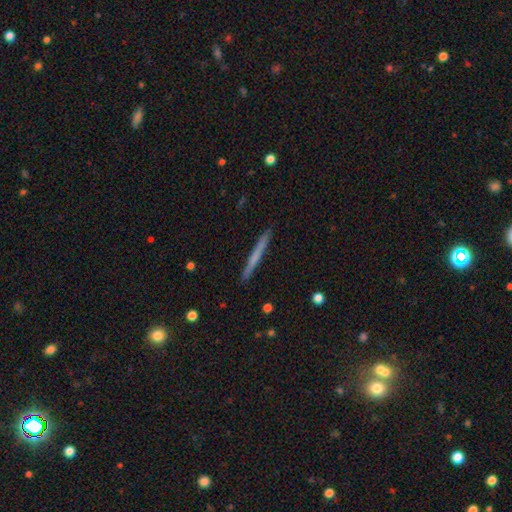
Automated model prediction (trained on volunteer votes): Smooth or featured?
  - smooth: 54% *
  - featured or disk: 40%
  - star or artifact: 6%
How rounded?
  - cigar-shaped: 97% *
  - in between: 2%
  - round: 1%
Merging?
  - none: 92% *
  - minor disturbance: 6%
  - major disturbance: 1%
  - merger: 1%